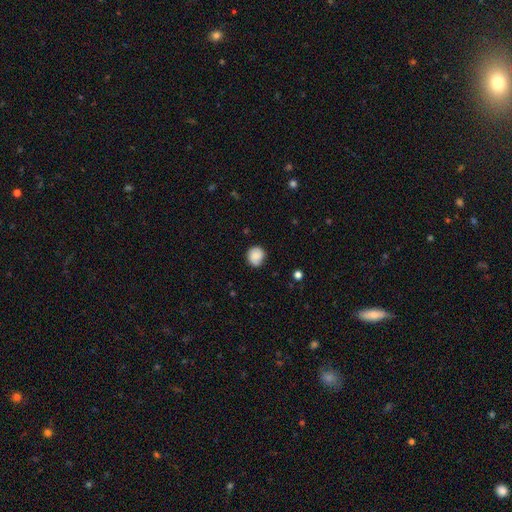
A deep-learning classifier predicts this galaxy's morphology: Smooth or featured: smooth — 83% (featured or disk — 9%)
How rounded: round — 84% (in between — 15%)
Merging: none — 80% (minor disturbance — 15%)